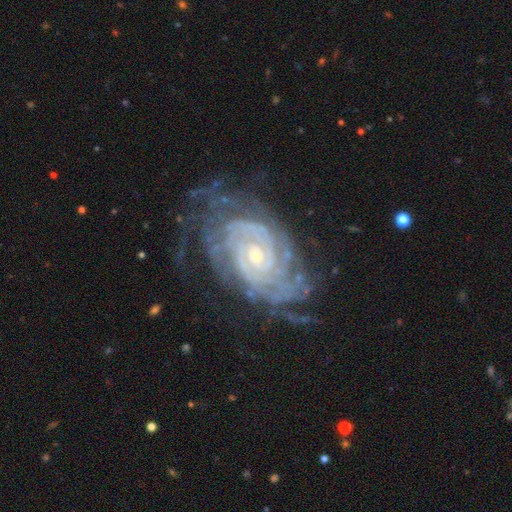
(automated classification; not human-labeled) A featured or disk galaxy (91%) with no bar (63%), 2 (29%) tight (82%) spiral arms (98%) and a small central bulge (64%).

Vote fractions:
- Smooth or featured? featured or disk: 91% / star or artifact: 5% / smooth: 4%
- Edge-on disk? no: 97% / yes: 3%
- Bar? no: 63% / weak: 27% / strong: 10%
- Spiral arms? yes: 98% / no: 2%
- Spiral winding? tight: 82% / medium: 15% / loose: 3%
- Spiral arm count? 2: 29% / can't tell: 25% / 3: 14% / 4: 14% / more than 4: 11% / 1: 7%
- Bulge size? small: 64% / moderate: 32% / large: 2% / none: 1% / dominant: 1%
- Merging? none: 66% / minor disturbance: 21% / major disturbance: 11% / merger: 2%